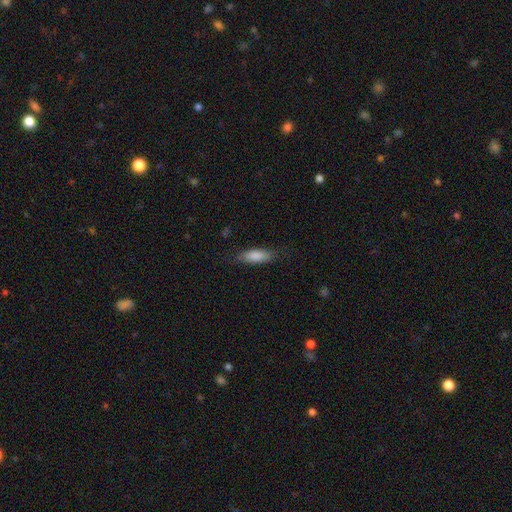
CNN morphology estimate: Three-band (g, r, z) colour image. It shows a smooth galaxy with no disk features (83%) that is in between round and cigar-shaped (70%). Merging: none (75%).